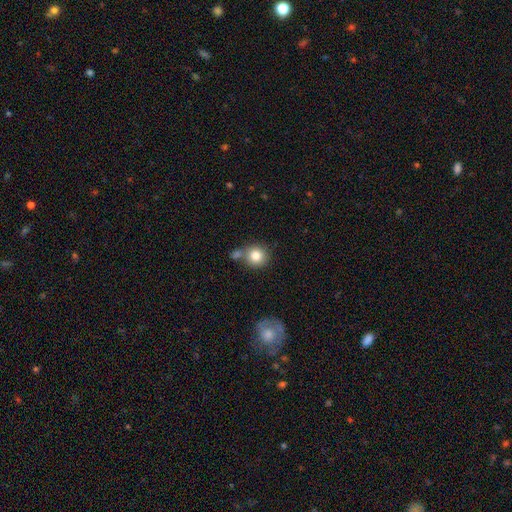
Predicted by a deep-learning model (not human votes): Smooth or featured: smooth — 82% (star or artifact — 9%)
How rounded: round — 90% (in between — 9%)
Merging: none — 60% (merger — 24%)